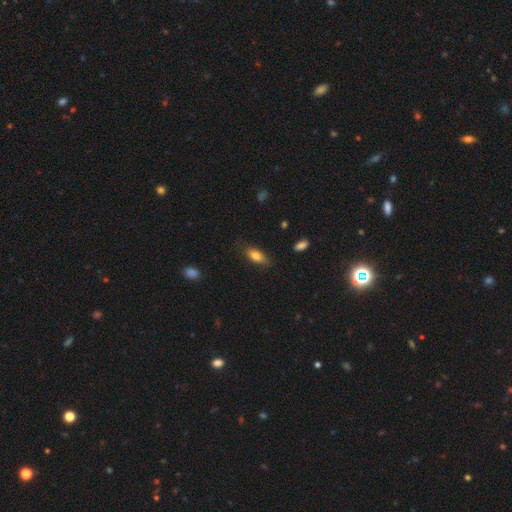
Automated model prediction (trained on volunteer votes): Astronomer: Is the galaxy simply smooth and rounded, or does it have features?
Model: smooth — 79%.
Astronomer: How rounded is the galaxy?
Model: in between — 80%.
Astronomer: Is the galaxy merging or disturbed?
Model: none — 76%.